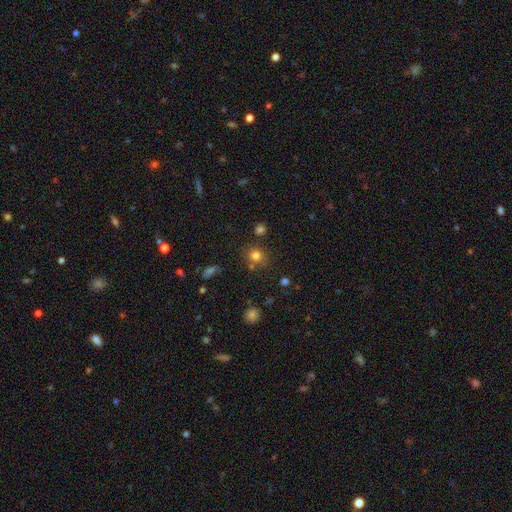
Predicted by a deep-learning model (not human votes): Smooth or featured? smooth (78%)
How rounded? round (79%)
Merging? none (76%)